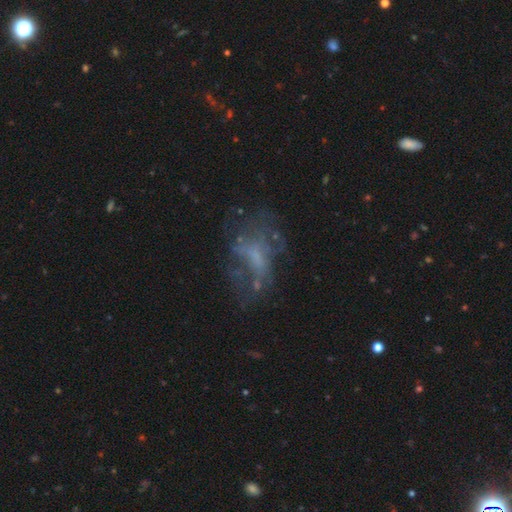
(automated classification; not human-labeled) Morphology: type=featured or disk (54%); edge-on=no (96%); bar=no (74%); spiral arms=no (79%); bulge=none (56%); merging=none (40%).